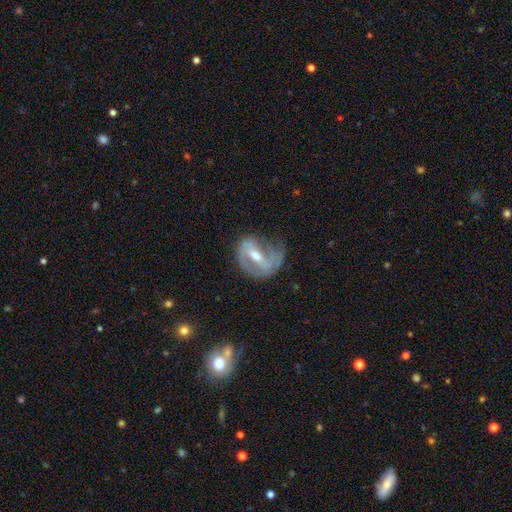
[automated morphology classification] type=featured or disk (78%); edge-on=no (95%); bar=strong (45%); spiral arms=yes (80%); winding=medium (41%); arm count=2 (53%); bulge=moderate (62%); merging=none (45%).